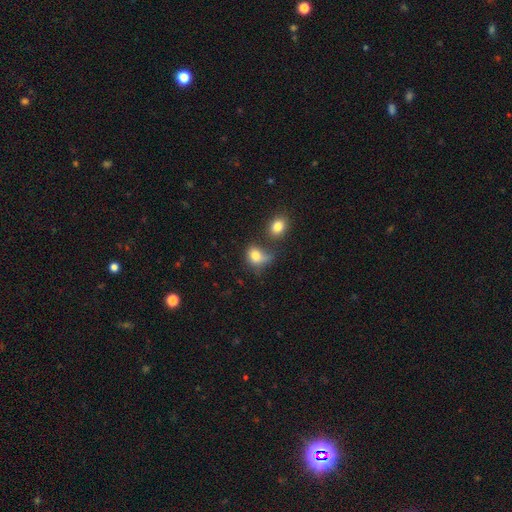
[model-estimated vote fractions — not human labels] Smooth or featured? Predicted: smooth (p=0.79). How rounded? Predicted: in between (p=0.52). Merging? Predicted: none (p=0.37).